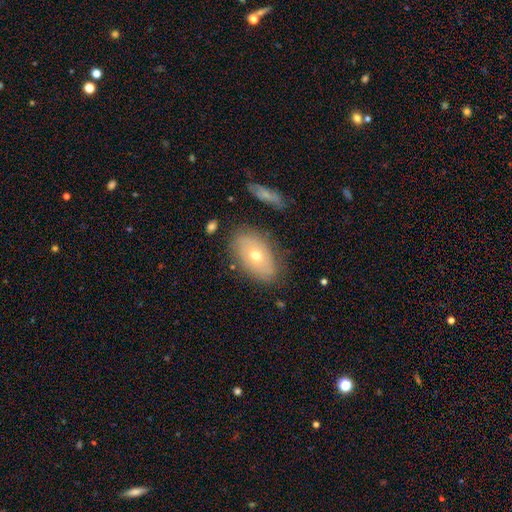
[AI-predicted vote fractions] Smooth or featured?
  - smooth: 48% *
  - featured or disk: 43%
  - star or artifact: 9%
Merging?
  - none: 78% *
  - minor disturbance: 15%
  - major disturbance: 4%
  - merger: 2%